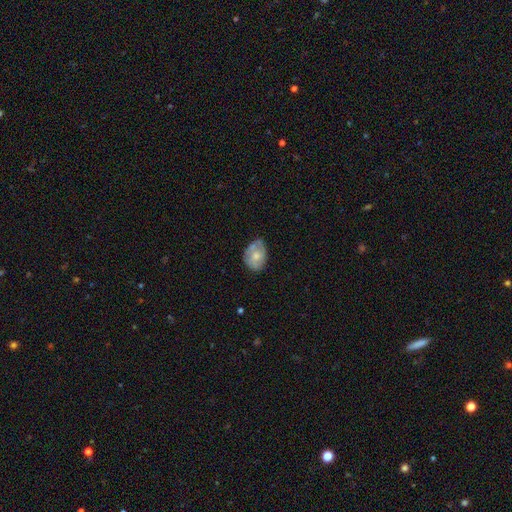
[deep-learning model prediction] smooth-or-featured: smooth: 50% | featured or disk: 44% | star or artifact: 7%
  merging: none: 56% | minor disturbance: 32% | major disturbance: 10% | merger: 3%